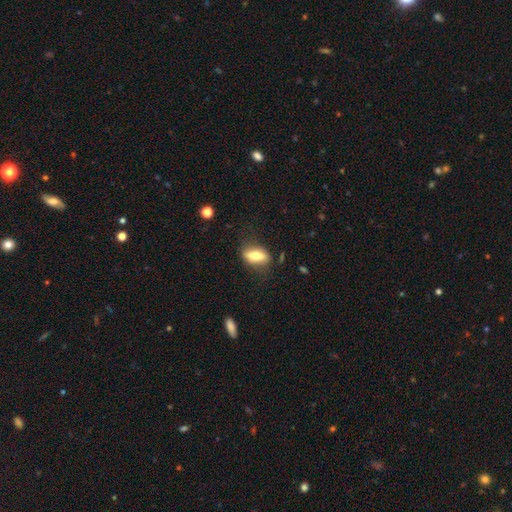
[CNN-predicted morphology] smooth 60%, featured or disk 33%, star or artifact 7%. Down the decision tree: how rounded — in between (70%); merging — none (75%).